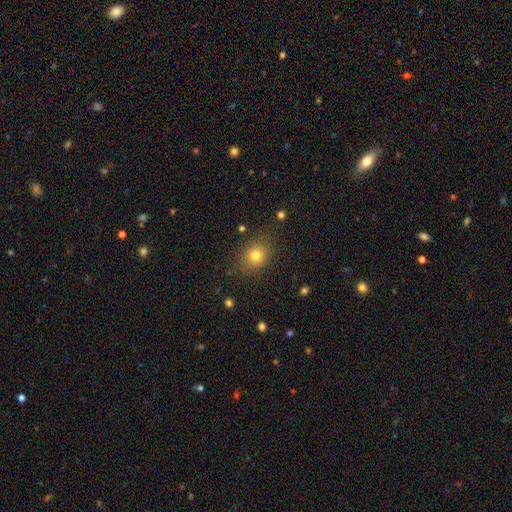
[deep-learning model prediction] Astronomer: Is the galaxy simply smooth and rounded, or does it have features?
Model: smooth — 78%.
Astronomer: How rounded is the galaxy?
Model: round — 58% (runner-up: in between, 41%).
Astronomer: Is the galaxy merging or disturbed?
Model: none — 82%.